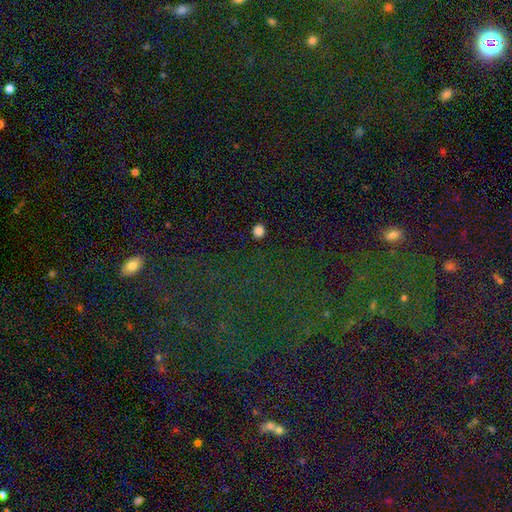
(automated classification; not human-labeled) star or artifact 66%, smooth 25%, featured or disk 10%.